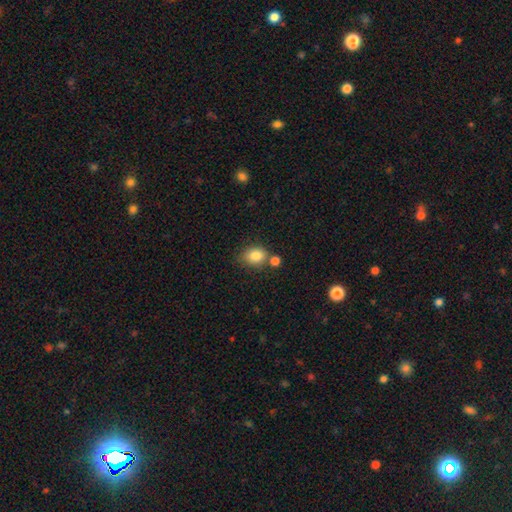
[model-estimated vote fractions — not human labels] Q: Smooth or featured?
A: smooth (83%); runner-up: star or artifact (10%)
Q: How rounded?
A: in between (58%); runner-up: round (41%)
Q: Merging?
A: none (59%); runner-up: merger (20%)